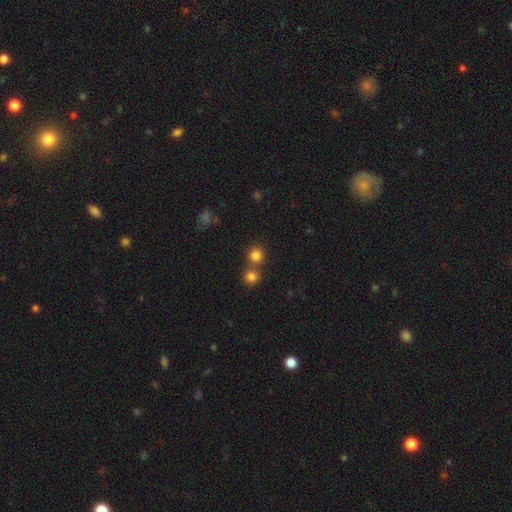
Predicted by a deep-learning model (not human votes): Morphology: type=smooth (80%); roundness=round (91%); merging=none (63%).